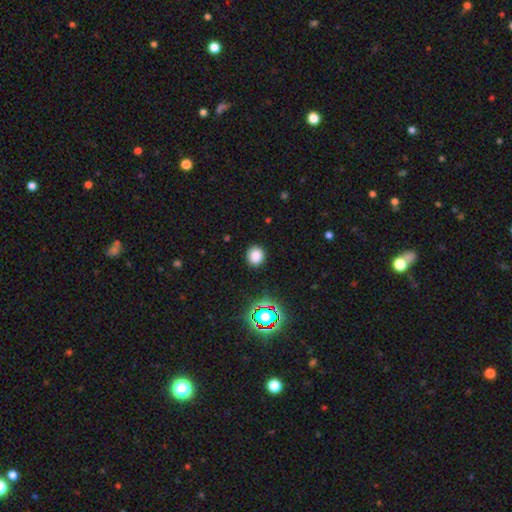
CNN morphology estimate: Smooth or featured? smooth (80%)
How rounded? round (83%)
Merging? none (88%)